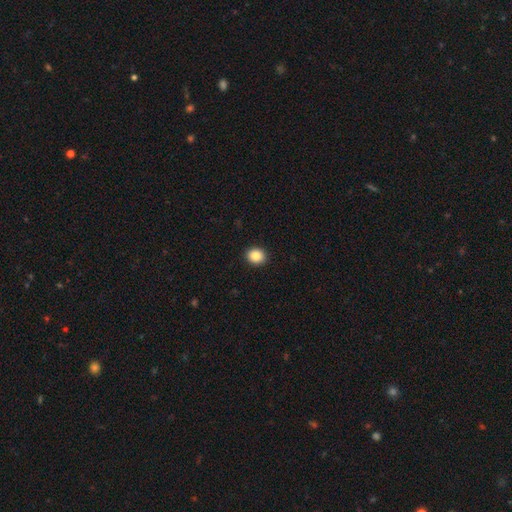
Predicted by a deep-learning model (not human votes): A smooth galaxy with no disk features (87%) that is round (67%). Merging: none (92%).